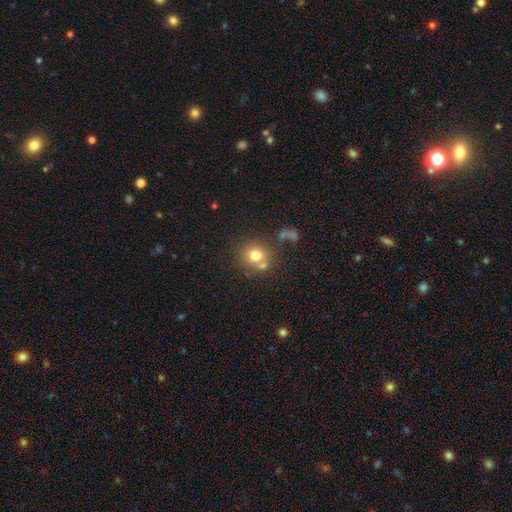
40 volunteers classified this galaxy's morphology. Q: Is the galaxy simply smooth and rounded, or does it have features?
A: smooth — 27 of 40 (68%).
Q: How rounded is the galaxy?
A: round — 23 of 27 (85%).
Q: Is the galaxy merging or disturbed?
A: none — 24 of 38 (63%).